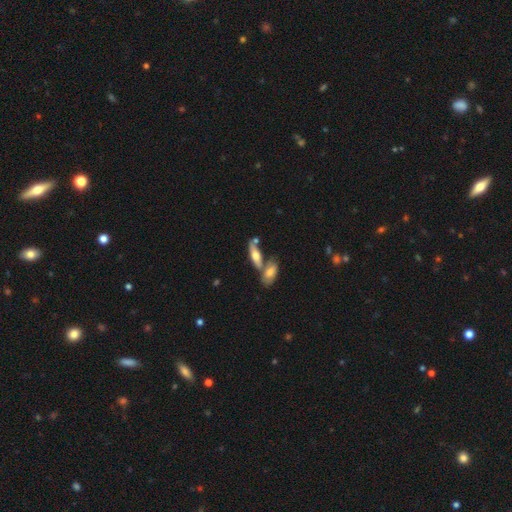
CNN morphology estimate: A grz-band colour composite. It shows a smooth galaxy with no disk features (50%) that is in between round and cigar-shaped (56%). Merging: none (48%).